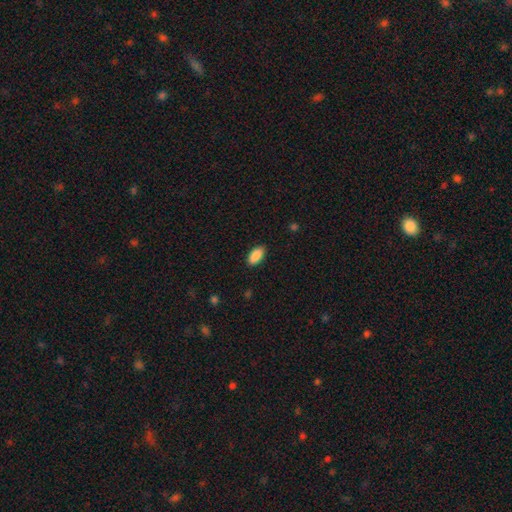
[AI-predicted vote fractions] smooth-or-featured: smooth: 90% | star or artifact: 7% | featured or disk: 3%
  how-rounded: in between: 92% | cigar-shaped: 5% | round: 2%
  merging: none: 87% | minor disturbance: 9% | major disturbance: 2% | merger: 1%